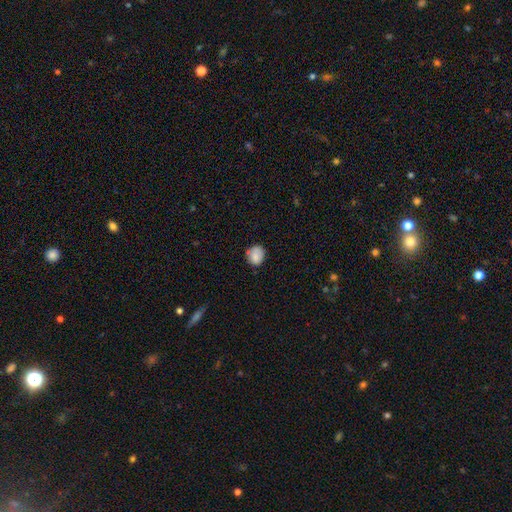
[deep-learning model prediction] Smooth or featured? smooth (82%)
How rounded? round (63%)
Merging? none (67%)